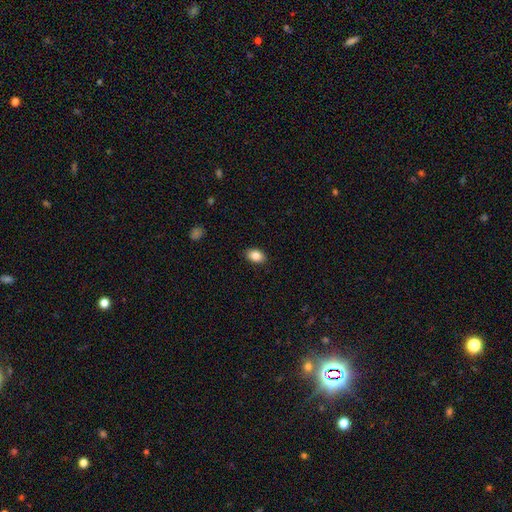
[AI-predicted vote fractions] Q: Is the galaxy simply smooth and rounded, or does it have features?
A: smooth — 85%.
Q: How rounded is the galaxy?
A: in between — 84%.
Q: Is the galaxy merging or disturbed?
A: none — 88%.